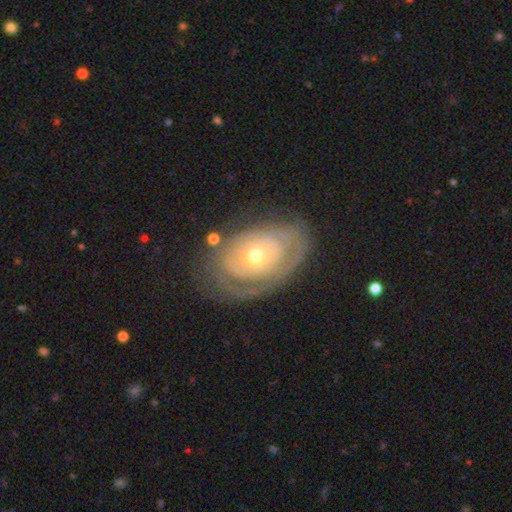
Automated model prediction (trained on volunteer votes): Smooth or featured? featured or disk (74%)
Edge-on disk? no (94%)
Bar? no (86%)
Spiral arms? yes (60%)
Bulge size? small (50%)
Merging? none (65%)